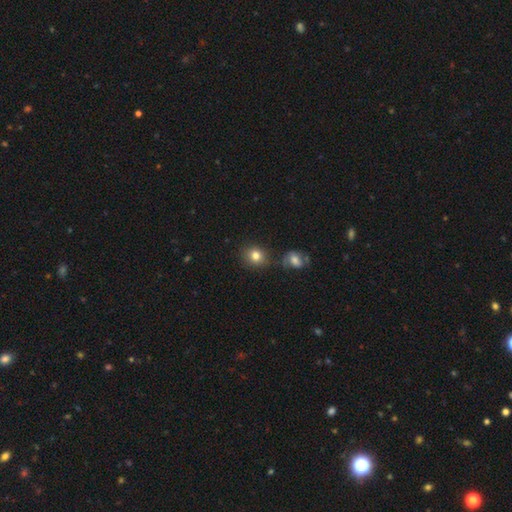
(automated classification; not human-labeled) Morphology: type=smooth (81%); roundness=round (76%); merging=none (78%).